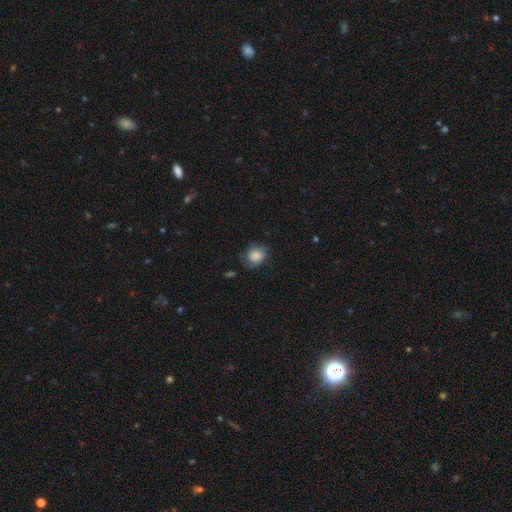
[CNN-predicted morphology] smooth 77%, featured or disk 14%, star or artifact 9%. Down the decision tree: how rounded — round (68%); merging — none (61%).